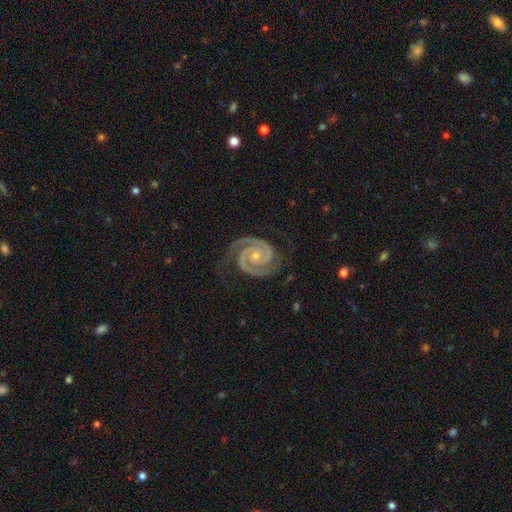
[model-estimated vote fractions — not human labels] This is clearly a featured or disk galaxy (94%). It is clearly not viewed edge-on (98%). Bar: likely no (70%). Spiral arm pattern: clearly yes (99%). Spiral arm count: clearly 2 (93%). Spiral winding: likely tight (72%). Central bulge: possibly small (60%). Merging: likely none (79%).